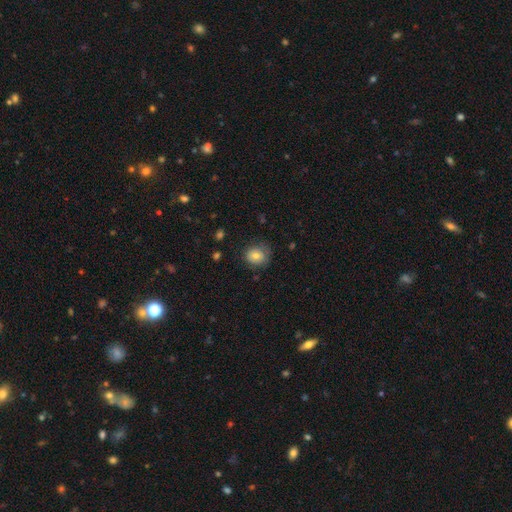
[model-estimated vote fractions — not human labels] Q: Smooth or featured?
A: smooth (75%); runner-up: featured or disk (15%)
Q: How rounded?
A: round (78%); runner-up: in between (21%)
Q: Merging?
A: none (72%); runner-up: minor disturbance (20%)